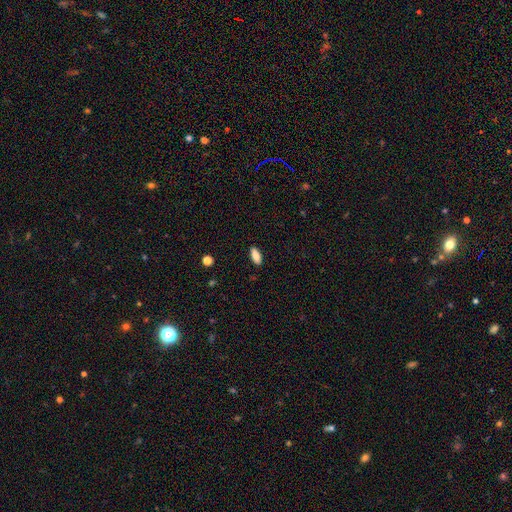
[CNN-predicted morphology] Overall: smooth (84%). How rounded: in between (80%). Merging: none (89%).